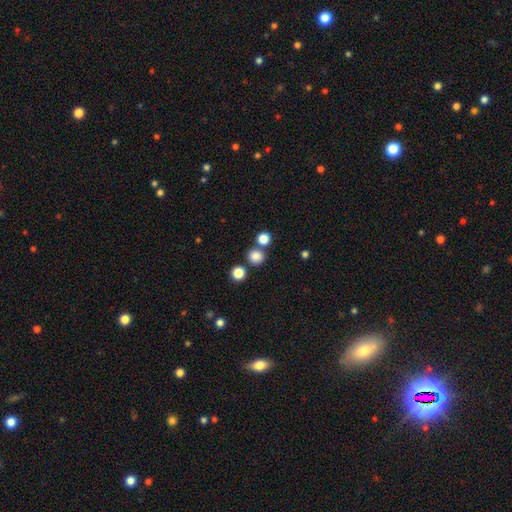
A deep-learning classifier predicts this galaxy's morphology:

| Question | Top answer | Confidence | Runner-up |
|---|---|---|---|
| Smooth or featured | smooth | 82% | star or artifact (13%) |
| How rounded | round | 90% | in between (9%) |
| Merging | none | 74% | merger (17%) |